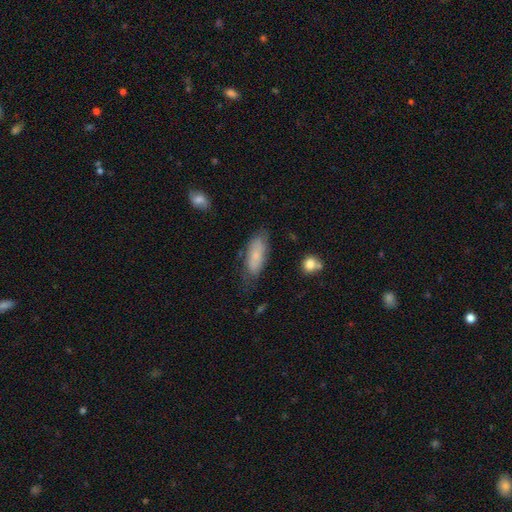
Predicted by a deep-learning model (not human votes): The model was most divided on "merging": none: 62%, minor disturbance: 26%, major disturbance: 9%, merger: 3%. More confident: how rounded — in between (72%); smooth or featured — smooth (71%).